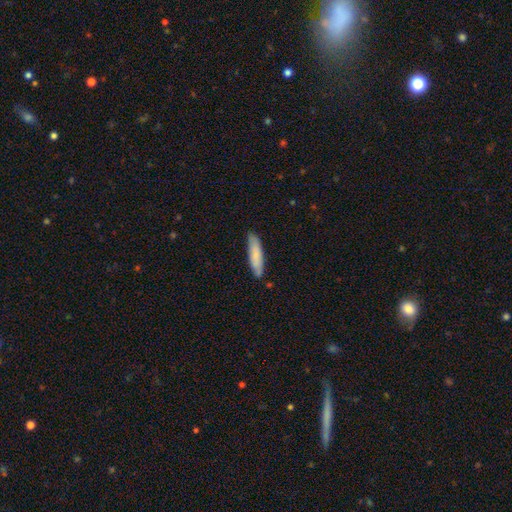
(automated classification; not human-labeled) smooth_or_featured: smooth (p=0.81) [alt: featured or disk p=0.14]
how_rounded: cigar-shaped (p=0.73) [alt: in between p=0.26]
merging: none (p=0.81) [alt: minor disturbance p=0.15]